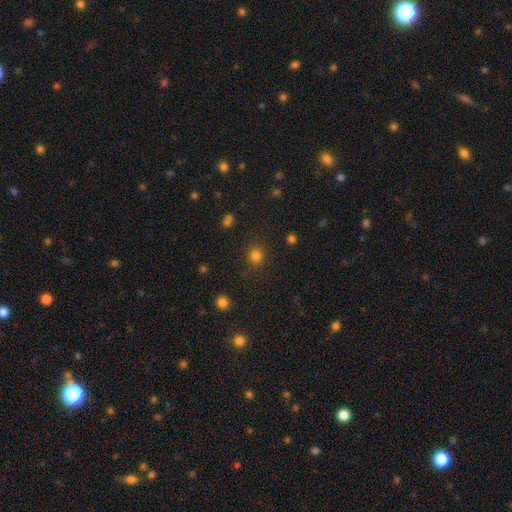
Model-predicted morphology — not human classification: smooth-or-featured: smooth: 80% | star or artifact: 15% | featured or disk: 5%
  how-rounded: round: 85% | in between: 14% | cigar-shaped: 1%
  merging: none: 86% | minor disturbance: 9% | major disturbance: 3% | merger: 2%